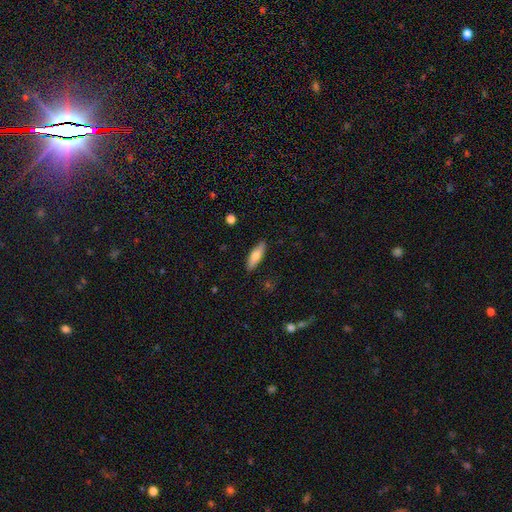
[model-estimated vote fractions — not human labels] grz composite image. It shows a smooth galaxy with no disk features (71%) that is in between round and cigar-shaped (51%). Merging: none (88%).